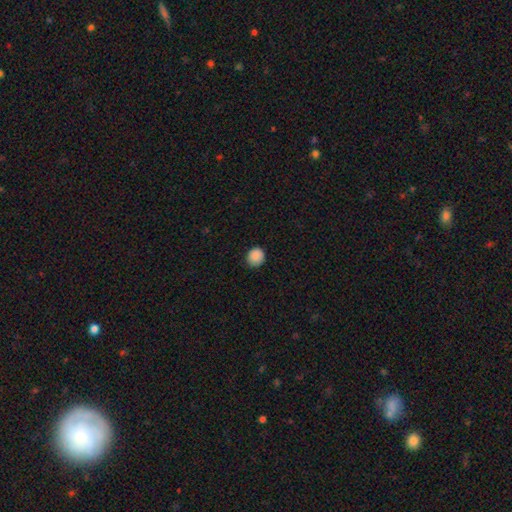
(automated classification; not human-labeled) Q: Smooth or featured?
A: smooth (88%); runner-up: star or artifact (9%)
Q: How rounded?
A: round (86%); runner-up: in between (13%)
Q: Merging?
A: none (87%); runner-up: minor disturbance (10%)